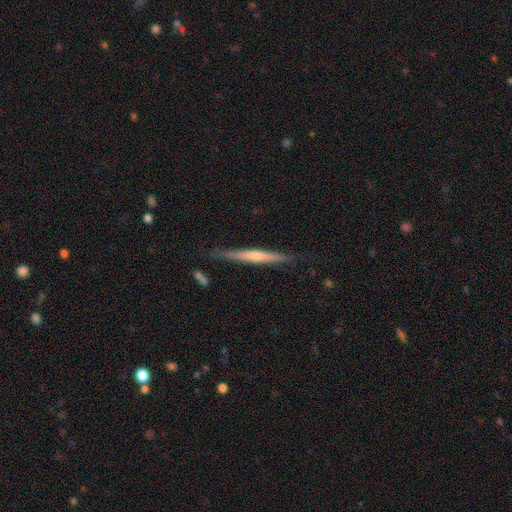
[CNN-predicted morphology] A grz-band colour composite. It shows a featured or disk galaxy (68%) viewed edge-on (97%) with a rounded central bulge (60%). Merging: none (86%).